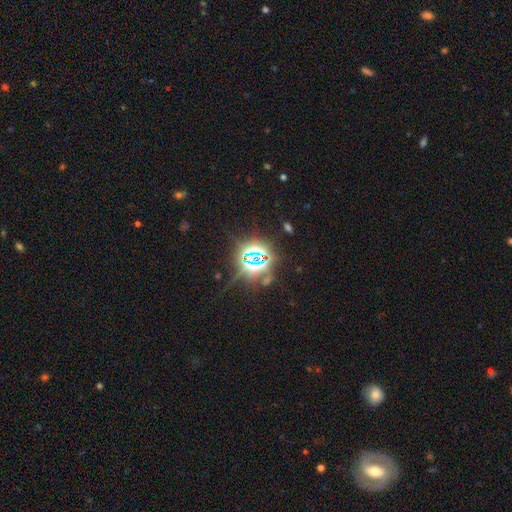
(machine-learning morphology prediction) This is clearly a star or artifact rather than a galaxy (82%).